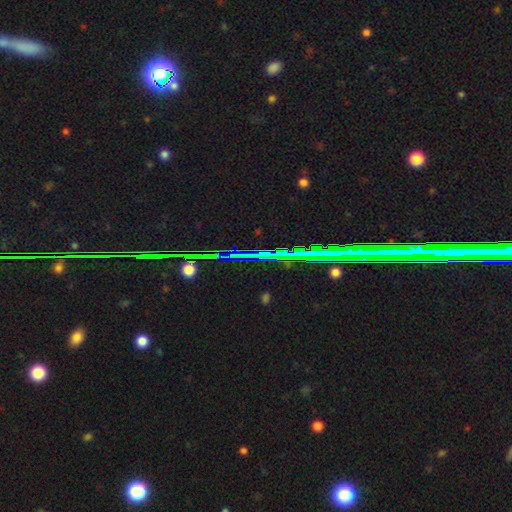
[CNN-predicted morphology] type=star or artifact (76%).